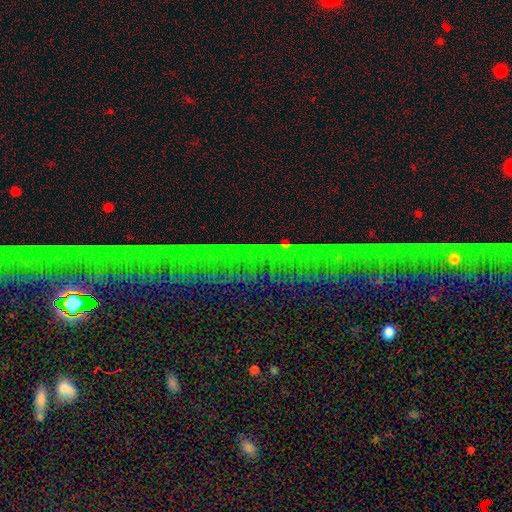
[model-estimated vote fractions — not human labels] Smooth or featured: star or artifact — 79% (featured or disk — 11%)